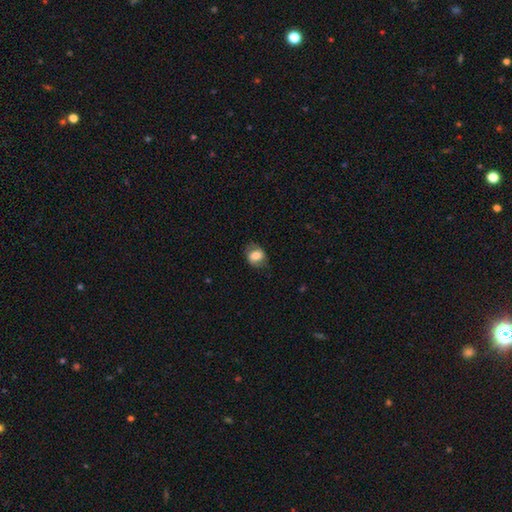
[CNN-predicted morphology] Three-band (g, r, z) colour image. It shows a smooth galaxy with no disk features (71%) that is in between round and cigar-shaped (60%). Merging: none (71%).